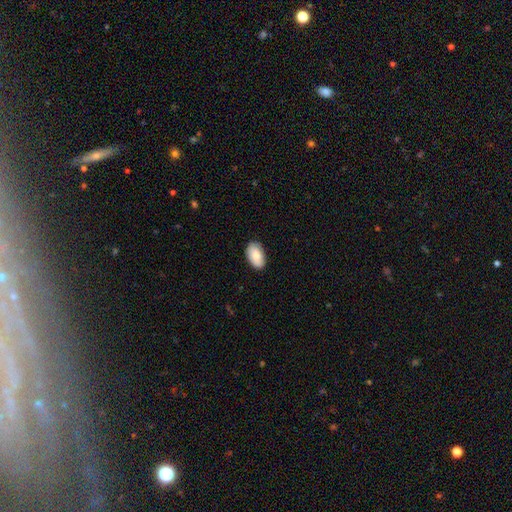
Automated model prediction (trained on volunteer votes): smooth_or_featured: smooth (p=0.84) [alt: featured or disk p=0.10]
how_rounded: in between (p=0.94) [alt: round p=0.04]
merging: none (p=0.84) [alt: minor disturbance p=0.13]